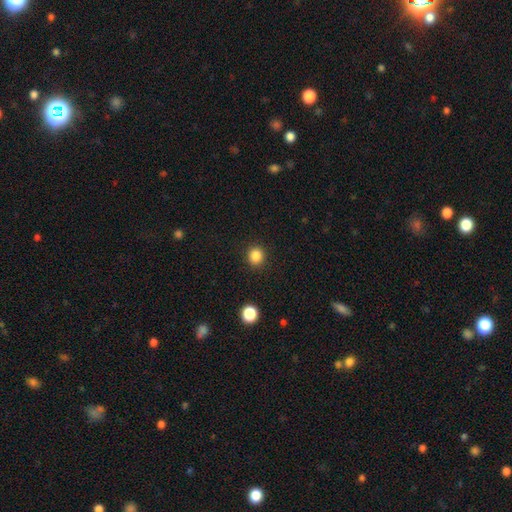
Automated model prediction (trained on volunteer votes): smooth 85%, star or artifact 11%, featured or disk 4%. Down the decision tree: how rounded — round (86%); merging — none (91%).